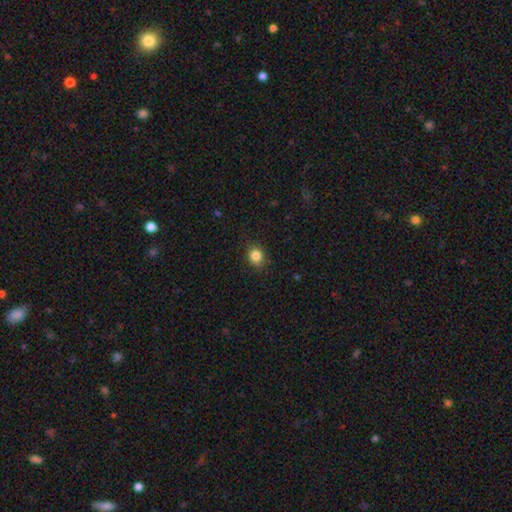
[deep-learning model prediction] Smooth or featured?
  - smooth: 84% *
  - star or artifact: 11%
  - featured or disk: 5%
How rounded?
  - round: 74% *
  - in between: 26%
  - cigar-shaped: 1%
Merging?
  - none: 88% *
  - minor disturbance: 9%
  - major disturbance: 2%
  - merger: 1%